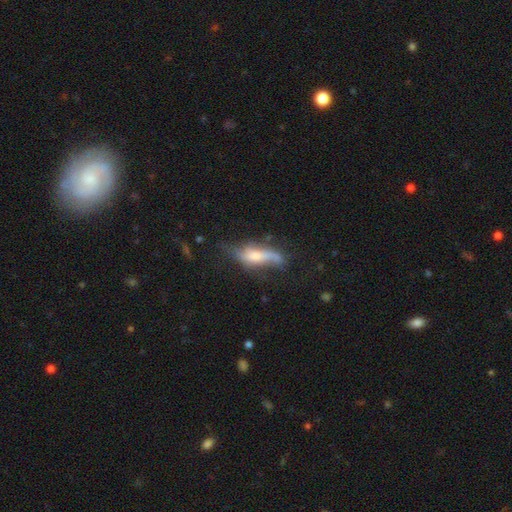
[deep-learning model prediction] Smooth or featured? Predicted: featured or disk (p=0.50). Edge-on disk? Predicted: no (p=0.57). Merging? Predicted: none (p=0.39).